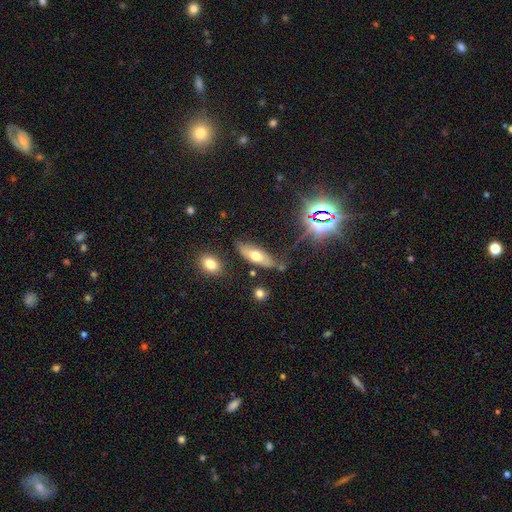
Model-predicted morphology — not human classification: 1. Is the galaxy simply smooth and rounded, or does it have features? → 57% smooth, 32% featured or disk, 11% star or artifact.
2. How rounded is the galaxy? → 66% in between, 31% cigar-shaped, 3% round.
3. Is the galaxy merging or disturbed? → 71% none, 18% minor disturbance, 6% merger, 5% major disturbance.